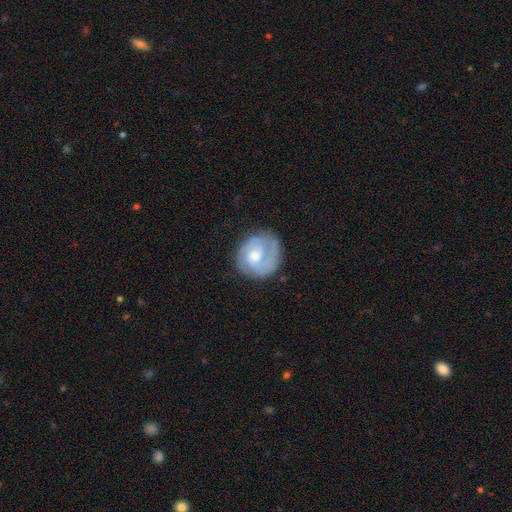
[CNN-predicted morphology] Overall: featured or disk (63%; smooth 31%). Edge-on disk: no (98%). Bar: no (67%; weak 29%). Spiral arms: yes (82%). Spiral arm count: 2 (37%; 1 26%). Spiral winding: tight (52%; medium 34%). Bulge size: moderate (57%; small 25%). Merging: none (66%).